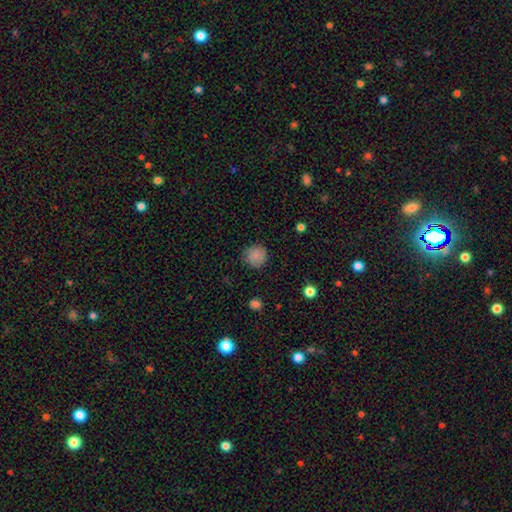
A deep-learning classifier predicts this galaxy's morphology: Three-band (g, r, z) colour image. It shows a smooth galaxy with no disk features (84%) that is round (92%). Merging: none (83%).